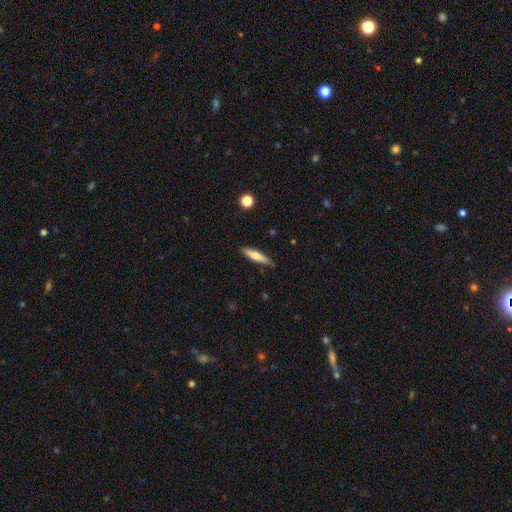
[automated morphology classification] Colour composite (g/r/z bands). It shows a smooth galaxy with no disk features (63%) that is cigar-shaped (80%). Merging: none (83%).